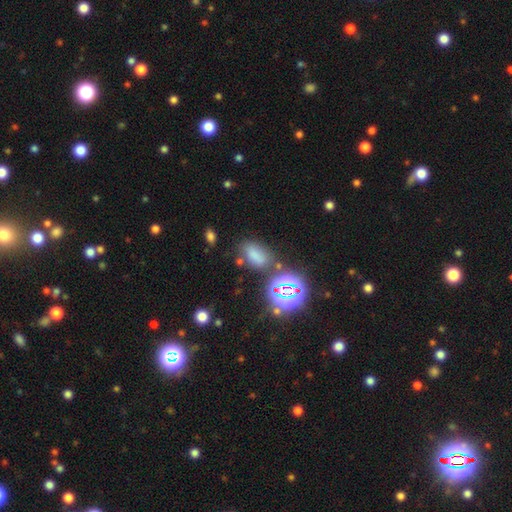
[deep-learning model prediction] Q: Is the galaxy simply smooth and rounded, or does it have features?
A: smooth — 64%.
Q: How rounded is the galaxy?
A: in between — 83%.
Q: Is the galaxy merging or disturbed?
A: none — 64%.